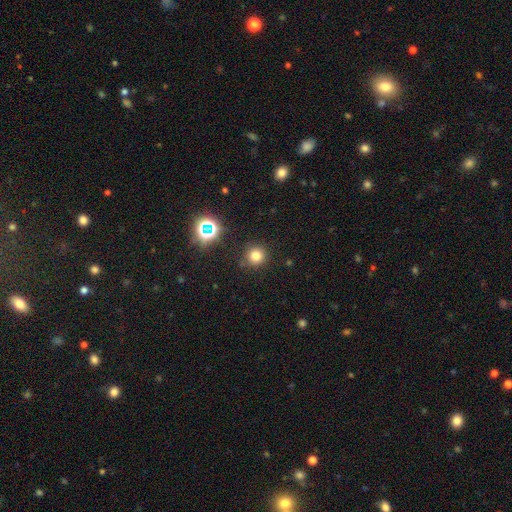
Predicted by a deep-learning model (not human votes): Smooth or featured? Predicted: smooth (p=0.75). How rounded? Predicted: round (p=0.93). Merging? Predicted: none (p=0.85).